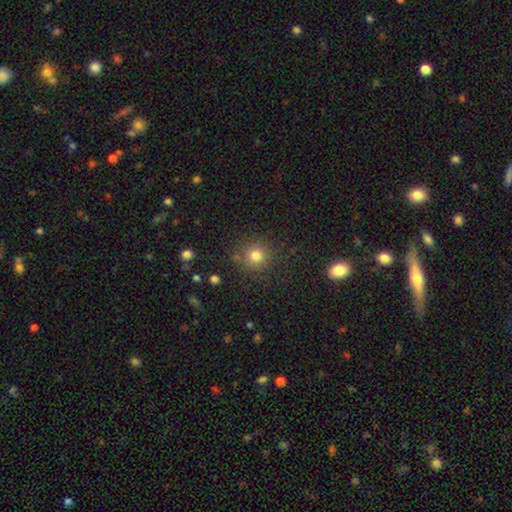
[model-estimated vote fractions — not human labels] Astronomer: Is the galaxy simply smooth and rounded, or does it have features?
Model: smooth — 78%.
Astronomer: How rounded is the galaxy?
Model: round — 93%.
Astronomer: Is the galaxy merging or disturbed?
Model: none — 85%.